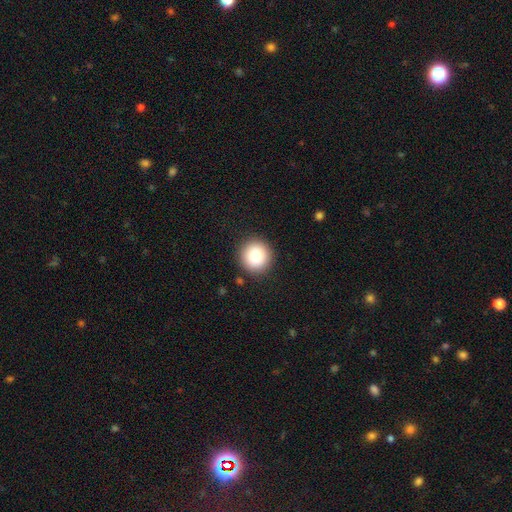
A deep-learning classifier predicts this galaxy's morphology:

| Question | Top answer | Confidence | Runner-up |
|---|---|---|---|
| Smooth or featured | smooth | 82% | star or artifact (10%) |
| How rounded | round | 95% | in between (4%) |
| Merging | none | 91% | minor disturbance (6%) |